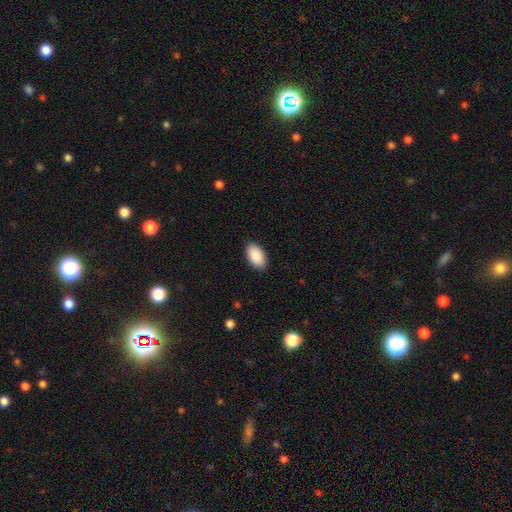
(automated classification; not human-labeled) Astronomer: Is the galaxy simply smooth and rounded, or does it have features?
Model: smooth — 91%.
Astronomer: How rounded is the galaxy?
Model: in between — 95%.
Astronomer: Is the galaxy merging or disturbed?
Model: none — 89%.